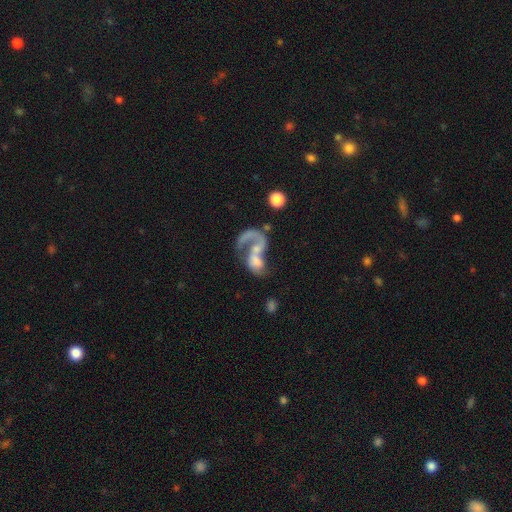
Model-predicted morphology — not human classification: featured or disk 67%, smooth 24%, star or artifact 9%. Down the decision tree: edge-on disk — no (97%); bar — no (67%); spiral arms — yes (73%); bulge size — small (31%); merging — merger (54%).